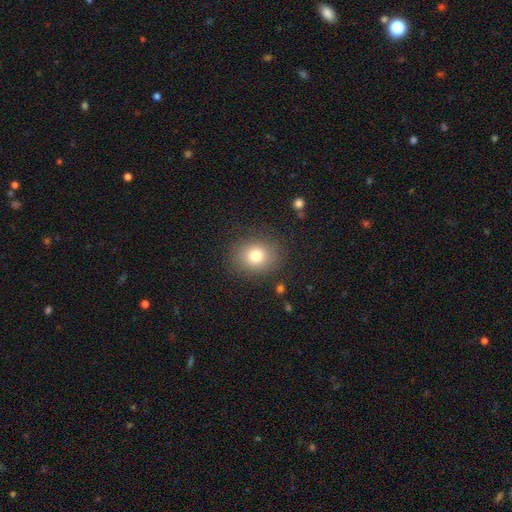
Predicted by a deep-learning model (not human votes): Q: Smooth or featured?
A: smooth (78%); runner-up: star or artifact (12%)
Q: How rounded?
A: round (70%); runner-up: in between (29%)
Q: Merging?
A: none (86%); runner-up: minor disturbance (9%)